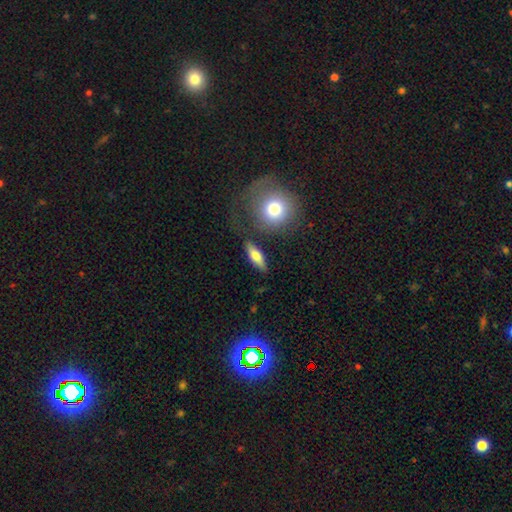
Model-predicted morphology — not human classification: The model was most divided on "how rounded": in between: 56%, cigar-shaped: 37%, round: 7%. More confident: merging — none (78%); smooth or featured — smooth (68%).